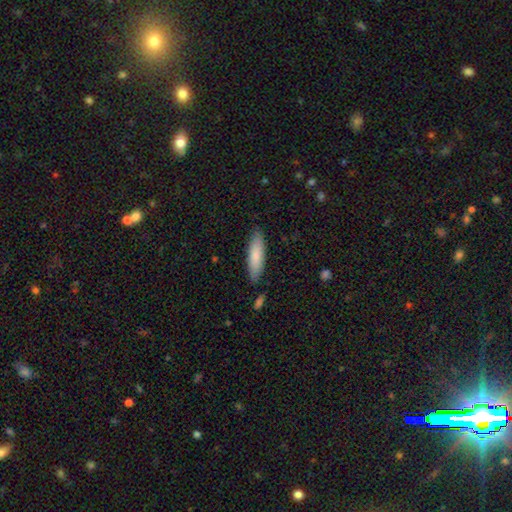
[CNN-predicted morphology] This is clearly a smooth galaxy (82%). How rounded: likely cigar-shaped (60%). Merging: clearly none (85%).